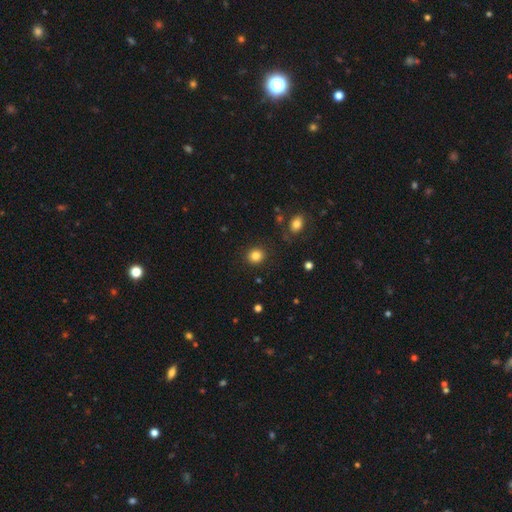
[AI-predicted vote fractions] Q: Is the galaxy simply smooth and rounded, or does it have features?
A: smooth — 84%.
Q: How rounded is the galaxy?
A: round — 83%.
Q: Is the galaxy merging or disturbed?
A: none — 90%.